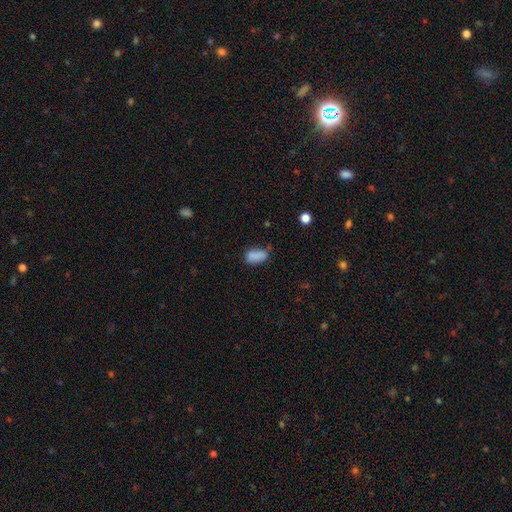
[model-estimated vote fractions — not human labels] The model was most divided on "merging": none: 55%, minor disturbance: 29%, major disturbance: 9%, merger: 7%. More confident: how rounded — in between (90%); smooth or featured — smooth (82%).